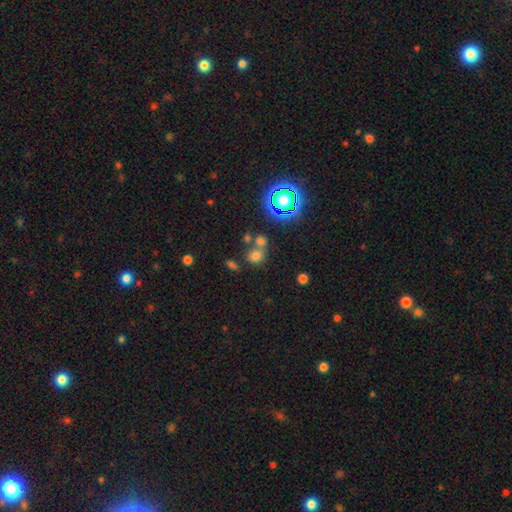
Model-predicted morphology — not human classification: type=smooth (64%); roundness=round (67%); merging=none (50%).